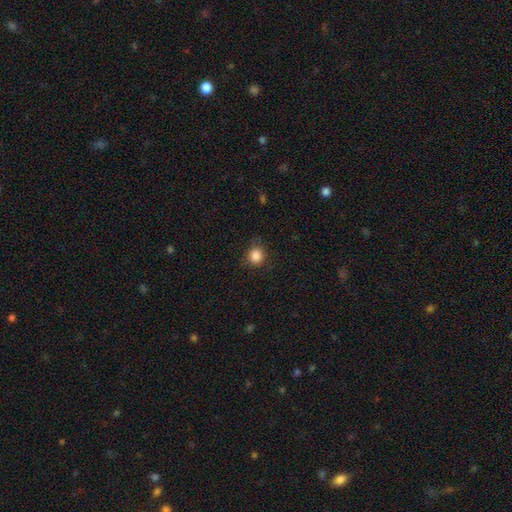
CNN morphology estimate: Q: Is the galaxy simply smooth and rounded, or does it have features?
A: smooth — 86%.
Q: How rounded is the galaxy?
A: round — 86%.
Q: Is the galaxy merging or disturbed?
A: none — 77%.